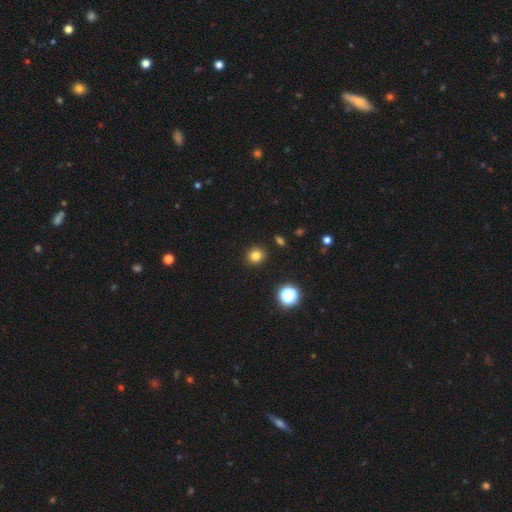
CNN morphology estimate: smooth 80%, star or artifact 14%, featured or disk 5%. Down the decision tree: how rounded — round (85%); merging — none (90%).